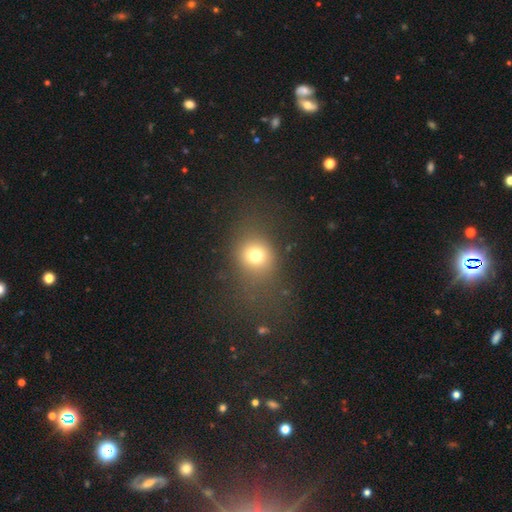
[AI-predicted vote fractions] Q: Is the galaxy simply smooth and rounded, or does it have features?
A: smooth — 73%.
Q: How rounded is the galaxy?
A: round — 68%.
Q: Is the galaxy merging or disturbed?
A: none — 65%.